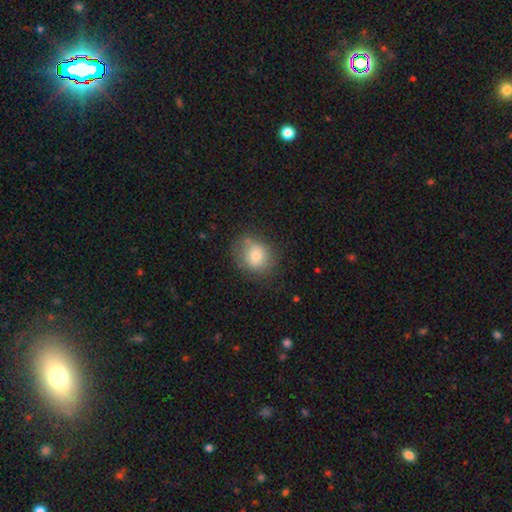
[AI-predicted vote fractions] smooth-or-featured: smooth: 74% | featured or disk: 16% | star or artifact: 10%
  how-rounded: round: 67% | in between: 32% | cigar-shaped: 1%
  merging: none: 61% | minor disturbance: 25% | major disturbance: 9% | merger: 6%